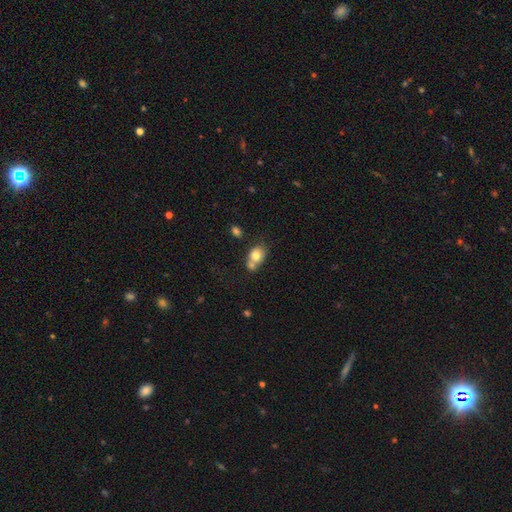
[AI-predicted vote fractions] Q: Smooth or featured?
A: smooth (75%); runner-up: featured or disk (16%)
Q: How rounded?
A: in between (51%); runner-up: round (48%)
Q: Merging?
A: merger (46%); runner-up: none (37%)